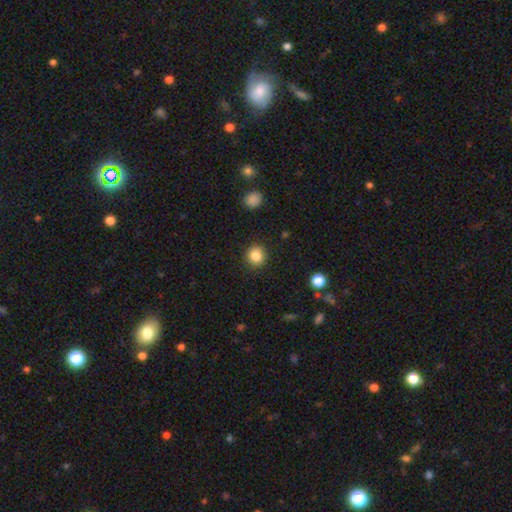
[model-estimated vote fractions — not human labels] Smooth or featured: smooth — 85% (star or artifact — 10%)
How rounded: round — 87% (in between — 12%)
Merging: none — 89% (minor disturbance — 8%)